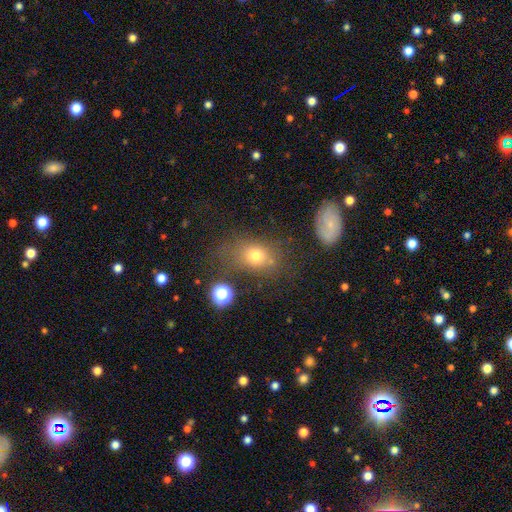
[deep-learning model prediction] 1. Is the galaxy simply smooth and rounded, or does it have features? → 71% smooth, 16% star or artifact, 13% featured or disk.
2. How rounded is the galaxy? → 61% in between, 38% round, 2% cigar-shaped.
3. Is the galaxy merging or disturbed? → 62% none, 18% minor disturbance, 11% major disturbance, 8% merger.